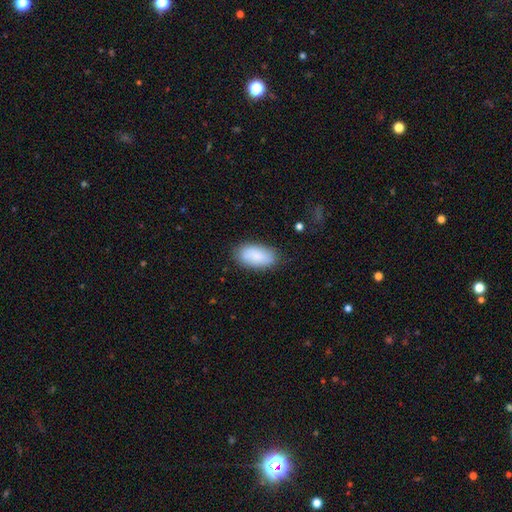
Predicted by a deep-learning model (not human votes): smooth 85%, featured or disk 9%, star or artifact 6%. Down the decision tree: how rounded — in between (94%); merging — none (79%).